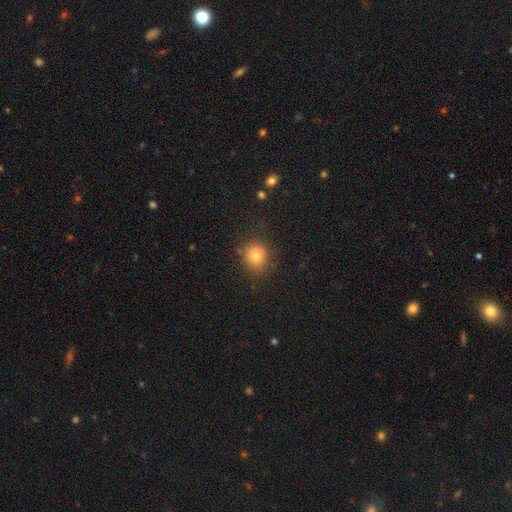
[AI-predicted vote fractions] Smooth or featured?
  - smooth: 70% *
  - featured or disk: 15%
  - star or artifact: 15%
How rounded?
  - round: 84% *
  - in between: 15%
  - cigar-shaped: 1%
Merging?
  - none: 76% *
  - minor disturbance: 16%
  - major disturbance: 6%
  - merger: 2%